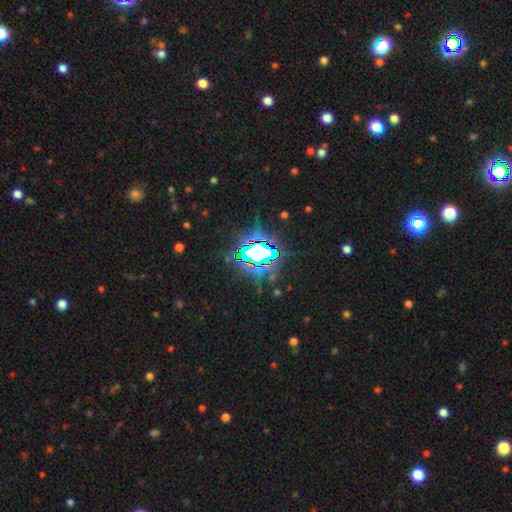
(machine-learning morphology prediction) Smooth or featured?
  - star or artifact: 73% *
  - smooth: 15%
  - featured or disk: 12%